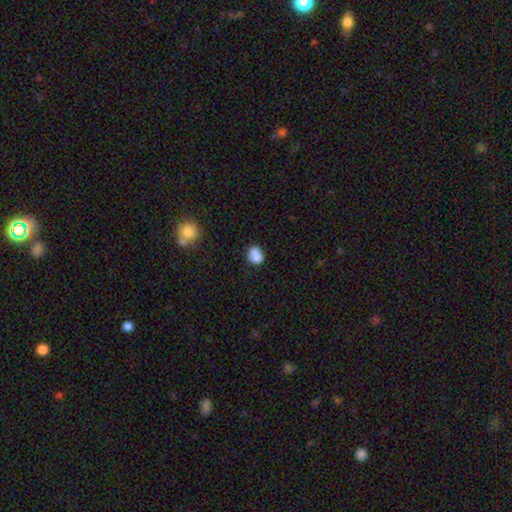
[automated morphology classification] Overall: smooth (79%). How rounded: round (64%; in between 35%). Merging: none (47%; merger 28%).